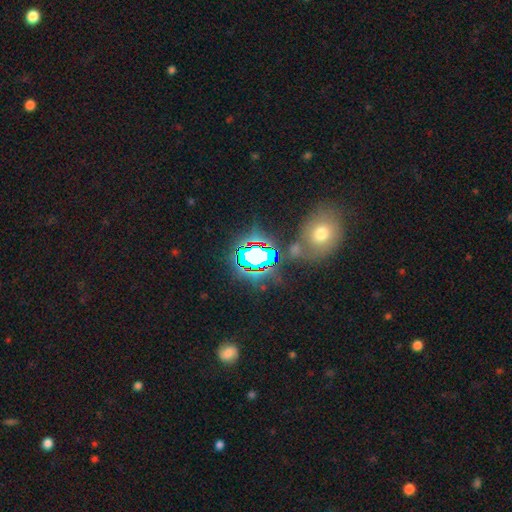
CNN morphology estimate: A star or artifact, not a galaxy (70%).